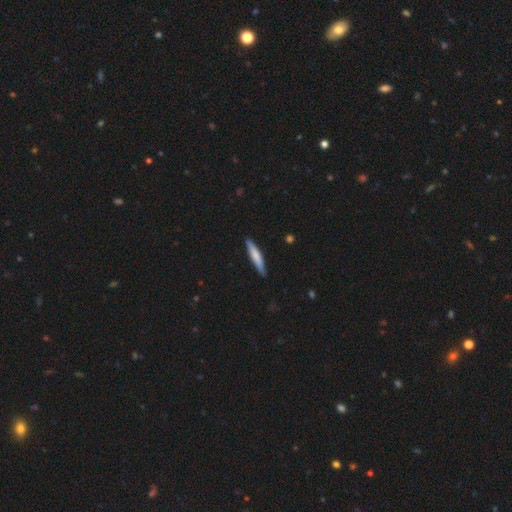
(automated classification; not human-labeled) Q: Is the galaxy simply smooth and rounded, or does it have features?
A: smooth — 68%.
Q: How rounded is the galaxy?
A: cigar-shaped — 91%.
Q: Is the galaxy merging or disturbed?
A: none — 87%.